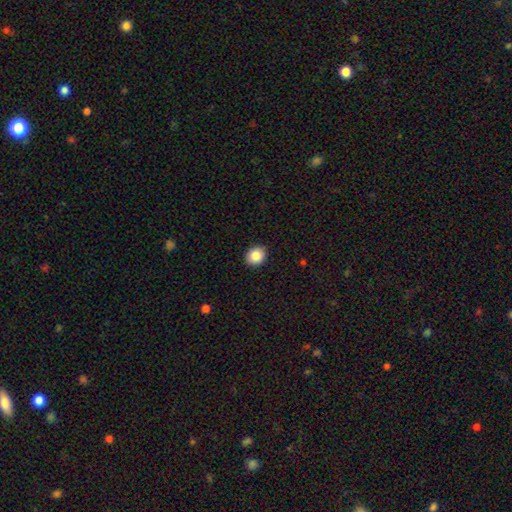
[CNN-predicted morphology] A smooth galaxy with no disk features (86%) that is round (62%).

Vote fractions:
- Smooth or featured? smooth: 86% / star or artifact: 9% / featured or disk: 5%
- How rounded? round: 62% / in between: 38% / cigar-shaped: 1%
- Merging? none: 91% / minor disturbance: 7% / major disturbance: 2% / merger: 1%